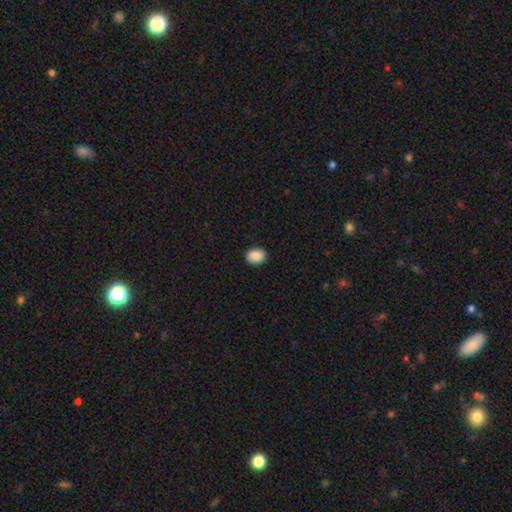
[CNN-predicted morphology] Smooth or featured? Predicted: smooth (p=0.89). How rounded? Predicted: in between (p=0.57). Merging? Predicted: none (p=0.90).